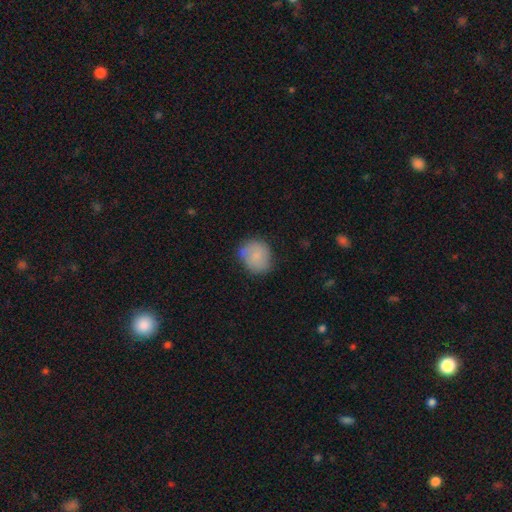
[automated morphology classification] This is likely a smooth galaxy (77%). How rounded: likely round (70%). Merging: likely none (66%).